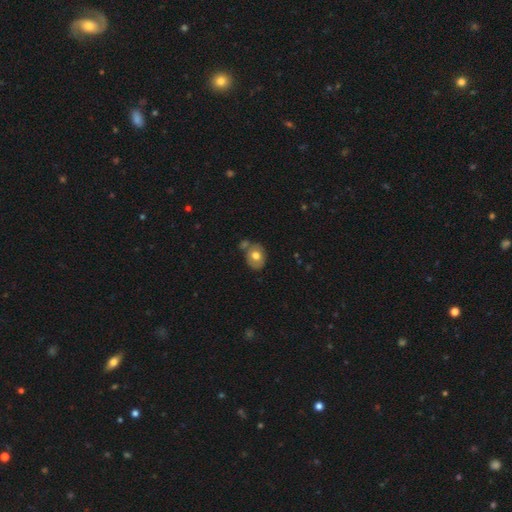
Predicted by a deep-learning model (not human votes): smooth-or-featured: smooth: 68% | featured or disk: 24% | star or artifact: 8%
  how-rounded: in between: 52% | round: 47% | cigar-shaped: 1%
  merging: none: 56% | merger: 20% | minor disturbance: 18% | major disturbance: 5%